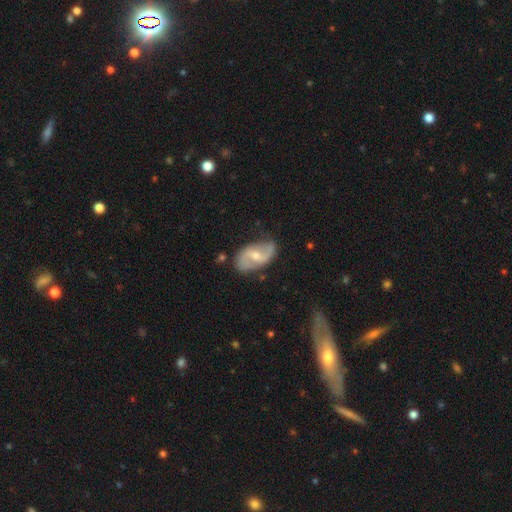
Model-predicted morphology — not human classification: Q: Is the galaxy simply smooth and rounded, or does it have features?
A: featured or disk — 80%.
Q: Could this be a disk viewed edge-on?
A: no — 97%.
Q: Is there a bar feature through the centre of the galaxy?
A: weak — 52%.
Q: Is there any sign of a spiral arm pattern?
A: yes — 91%.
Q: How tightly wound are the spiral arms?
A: loose — 47%.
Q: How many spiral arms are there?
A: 2 — 89%.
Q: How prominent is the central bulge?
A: moderate — 48%.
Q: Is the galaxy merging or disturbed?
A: none — 72%.